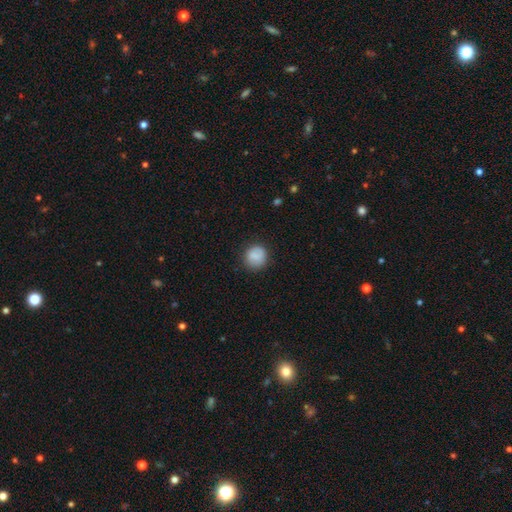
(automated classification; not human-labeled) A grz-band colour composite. It shows a smooth galaxy with no disk features (85%) that is round (88%). Merging: none (84%).